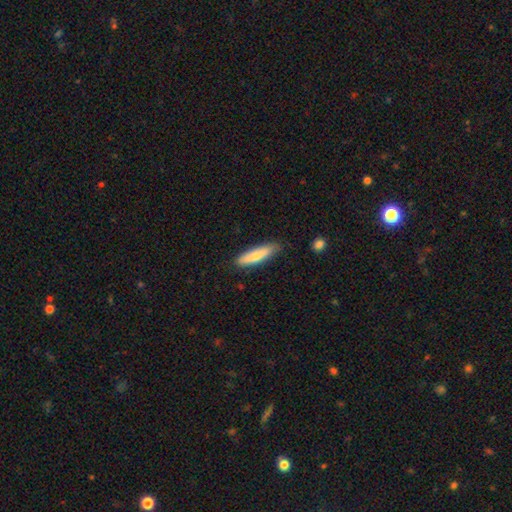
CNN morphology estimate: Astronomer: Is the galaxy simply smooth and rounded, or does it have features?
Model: smooth — 74%.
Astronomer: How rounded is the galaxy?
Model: cigar-shaped — 71%.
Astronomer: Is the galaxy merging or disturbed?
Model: none — 83%.